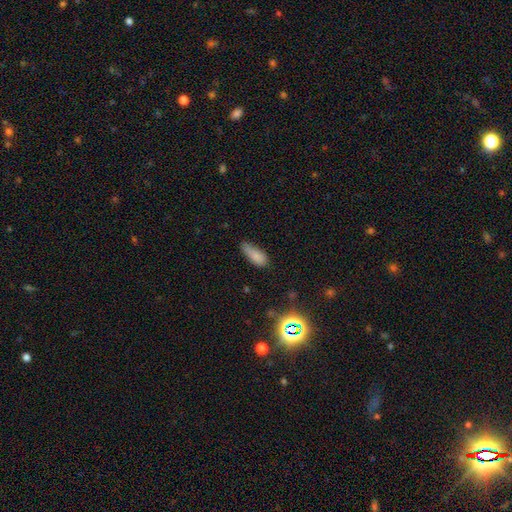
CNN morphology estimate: smooth 81%, star or artifact 11%, featured or disk 8%. Down the decision tree: how rounded — in between (73%); merging — none (52%).